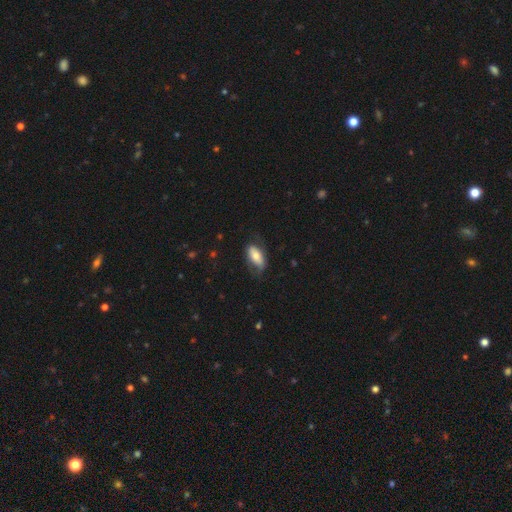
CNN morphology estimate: A smooth galaxy with no disk features (65%) that is in between round and cigar-shaped (86%). Merging: none (64%).